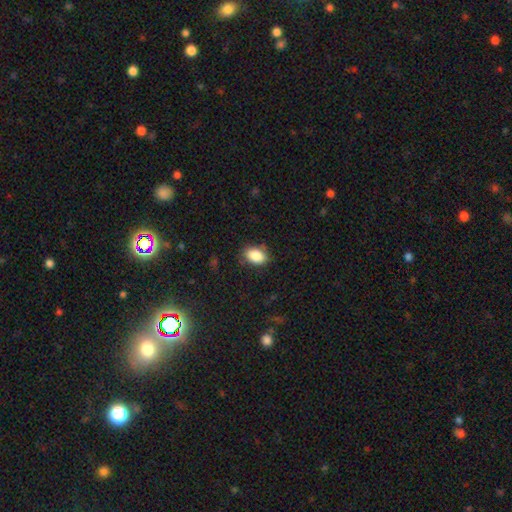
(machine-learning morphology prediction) smooth 86%, star or artifact 8%, featured or disk 6%. Down the decision tree: how rounded — in between (85%); merging — none (78%).